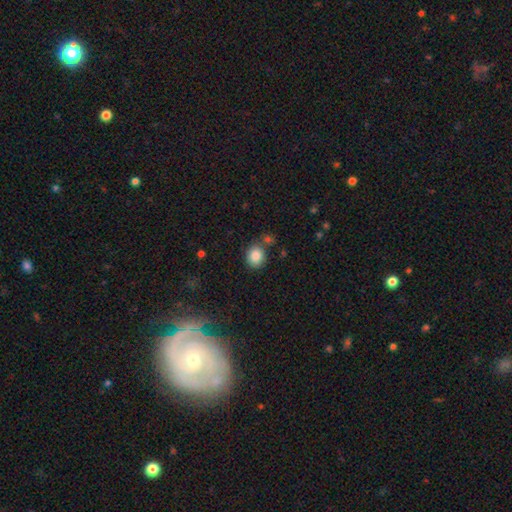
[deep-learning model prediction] smooth 87%, star or artifact 9%, featured or disk 5%. Down the decision tree: how rounded — round (62%); merging — none (72%).